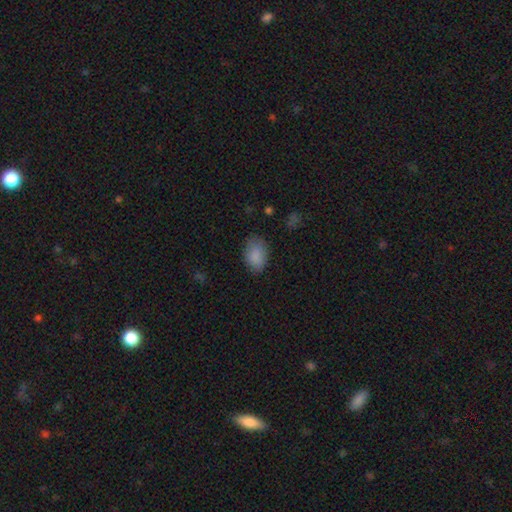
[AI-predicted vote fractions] This appears to be a smooth galaxy with no disk features (88%) that is in between round and cigar-shaped (87%). Merging: none (78%).